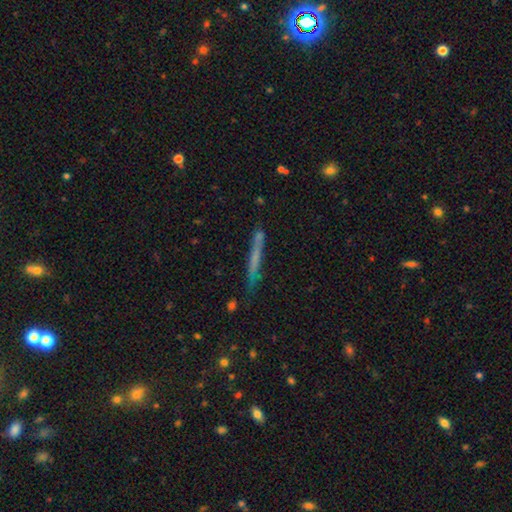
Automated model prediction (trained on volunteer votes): A smooth galaxy with no disk features (54%) that is cigar-shaped (96%). Merging: none (74%).